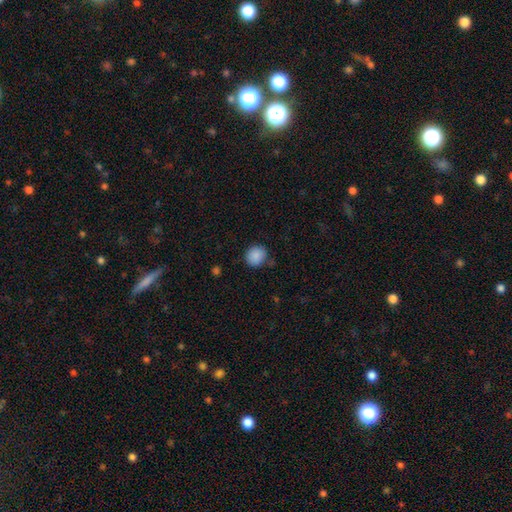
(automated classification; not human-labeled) Q: Smooth or featured?
A: smooth (88%); runner-up: star or artifact (8%)
Q: How rounded?
A: round (81%); runner-up: in between (18%)
Q: Merging?
A: none (81%); runner-up: minor disturbance (13%)